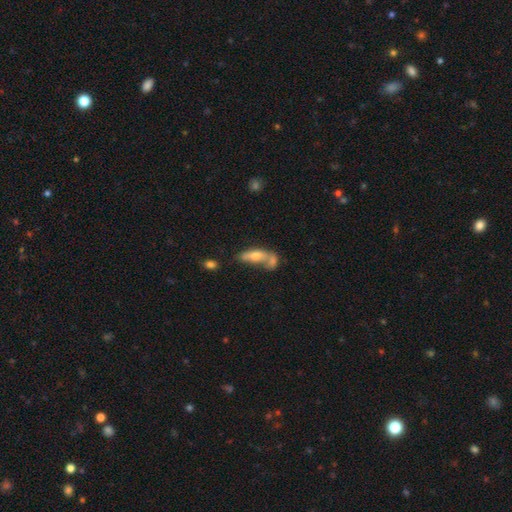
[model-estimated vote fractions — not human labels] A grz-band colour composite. It shows a smooth galaxy with no disk features (63%) that is in between round and cigar-shaped (61%). Merging: merger (54%).